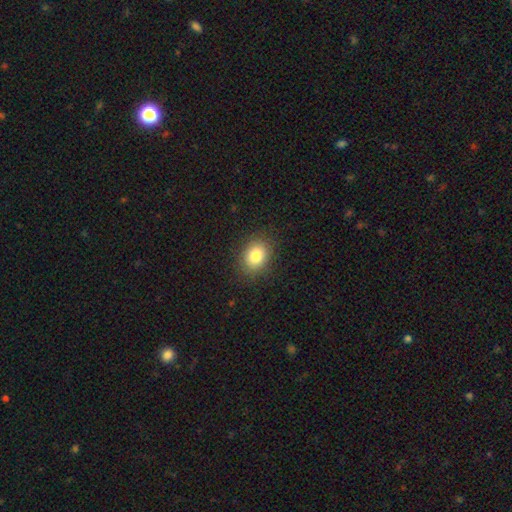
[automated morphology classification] Smooth or featured?
  - smooth: 82% *
  - star or artifact: 10%
  - featured or disk: 8%
How rounded?
  - in between: 56% *
  - round: 43%
  - cigar-shaped: 1%
Merging?
  - none: 87% *
  - minor disturbance: 9%
  - major disturbance: 3%
  - merger: 1%